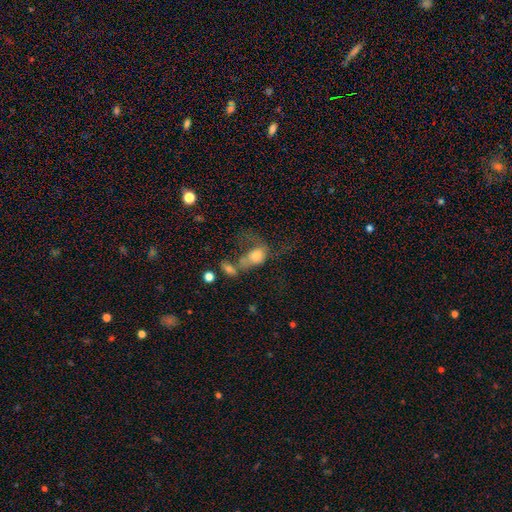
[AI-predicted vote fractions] This is possibly a smooth galaxy (56%). How rounded: likely in between (70%). Merging: marginally major disturbance (40%).